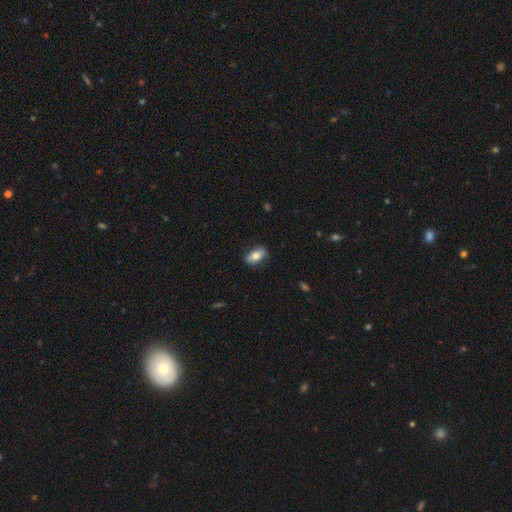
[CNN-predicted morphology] smooth-or-featured: smooth: 72% | featured or disk: 21% | star or artifact: 7%
  how-rounded: in between: 88% | cigar-shaped: 7% | round: 5%
  merging: none: 80% | minor disturbance: 16% | major disturbance: 3% | merger: 1%